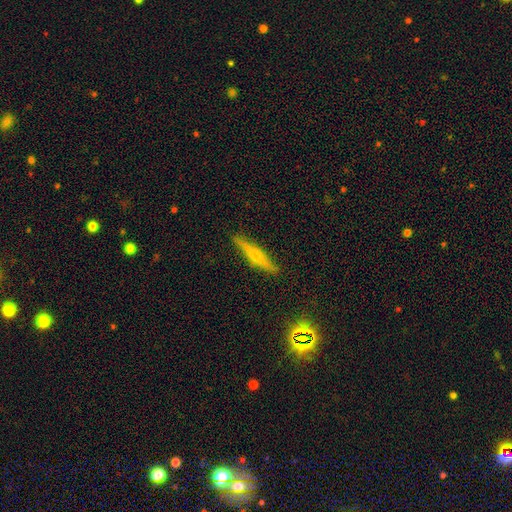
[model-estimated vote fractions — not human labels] A featured or disk galaxy (59%) viewed edge-on (96%) with a rounded central bulge (82%). Merging: none (88%).